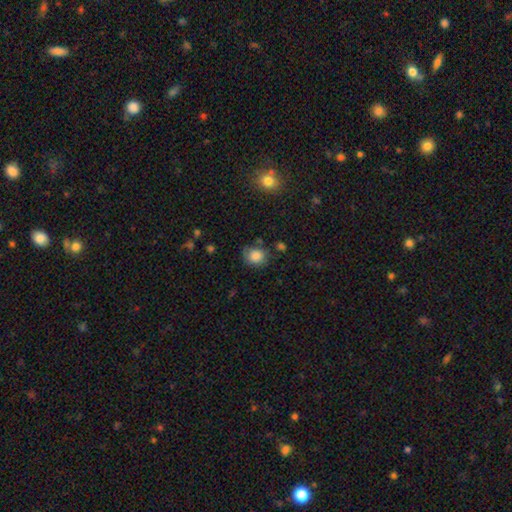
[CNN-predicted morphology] Smooth or featured? smooth (83%)
How rounded? round (72%)
Merging? none (69%)